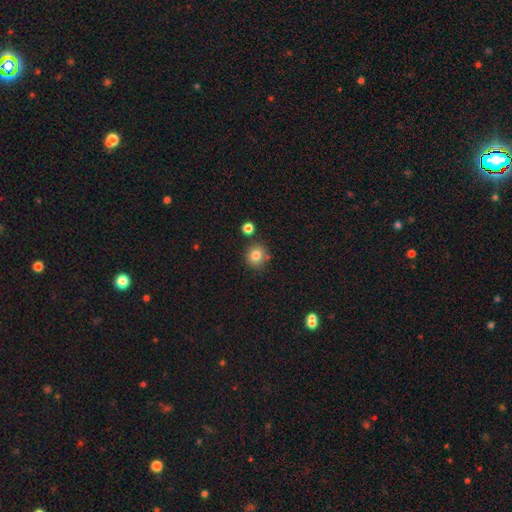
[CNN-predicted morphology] Smooth or featured? Predicted: smooth (p=0.82). How rounded? Predicted: round (p=0.85). Merging? Predicted: none (p=0.79).